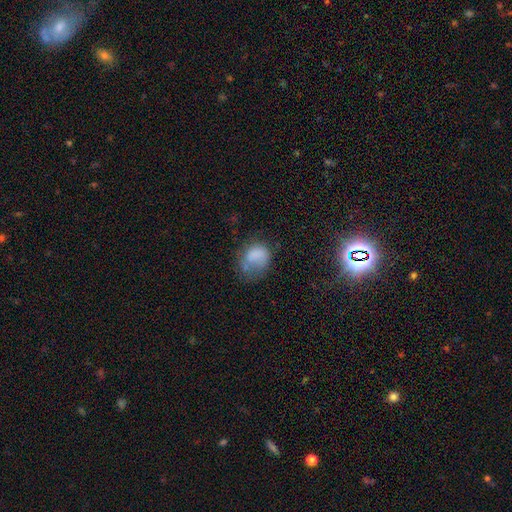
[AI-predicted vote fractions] Smooth or featured? Predicted: smooth (p=0.74). How rounded? Predicted: in between (p=0.52). Merging? Predicted: none (p=0.36).